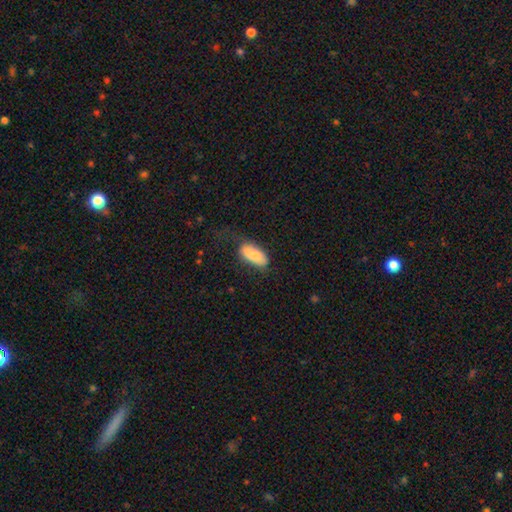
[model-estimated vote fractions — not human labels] smooth 77%, featured or disk 16%, star or artifact 6%. Down the decision tree: how rounded — in between (86%); merging — none (52%).